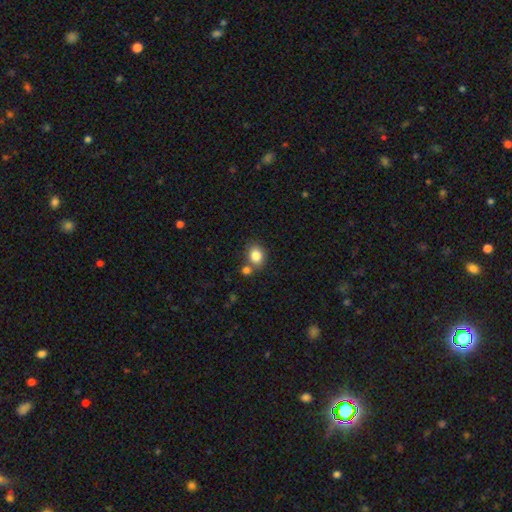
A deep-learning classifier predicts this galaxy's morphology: smooth 84%, star or artifact 10%, featured or disk 6%. Down the decision tree: how rounded — round (53%); merging — none (63%).